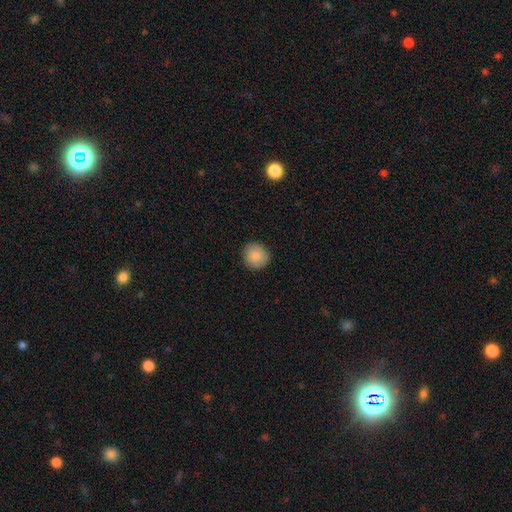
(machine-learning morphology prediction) type=smooth (87%); roundness=round (92%); merging=none (90%).